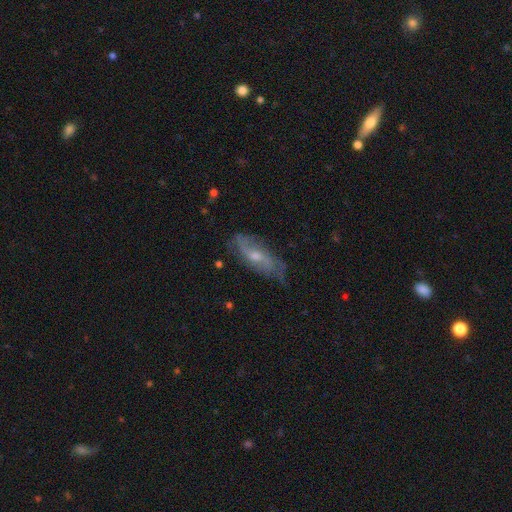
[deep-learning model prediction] Smooth or featured: featured or disk — 69% (smooth — 23%)
Edge-on disk: no — 82% (yes — 18%)
Bar: no — 53% (weak — 39%)
Spiral arms: yes — 86% (no — 14%)
Bulge size: moderate — 51% (small — 43%)
Merging: none — 67% (minor disturbance — 24%)